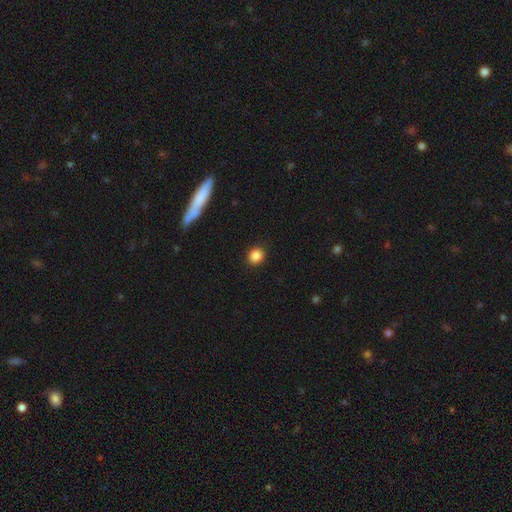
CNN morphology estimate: Smooth or featured?
  - smooth: 87% *
  - star or artifact: 9%
  - featured or disk: 4%
How rounded?
  - round: 80% *
  - in between: 19%
  - cigar-shaped: 1%
Merging?
  - none: 90% *
  - minor disturbance: 6%
  - major disturbance: 2%
  - merger: 1%